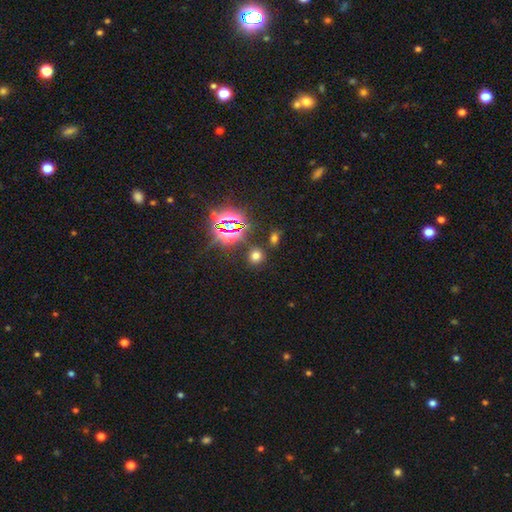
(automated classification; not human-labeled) Overall: smooth (62%; star or artifact 32%). How rounded: round (82%). Merging: none (84%).